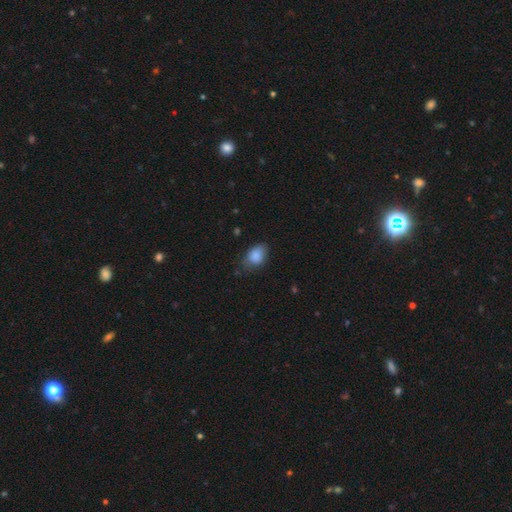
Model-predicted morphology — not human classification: smooth-or-featured: smooth: 86% | star or artifact: 8% | featured or disk: 6%
  how-rounded: in between: 81% | round: 18% | cigar-shaped: 1%
  merging: none: 62% | minor disturbance: 30% | major disturbance: 7% | merger: 1%